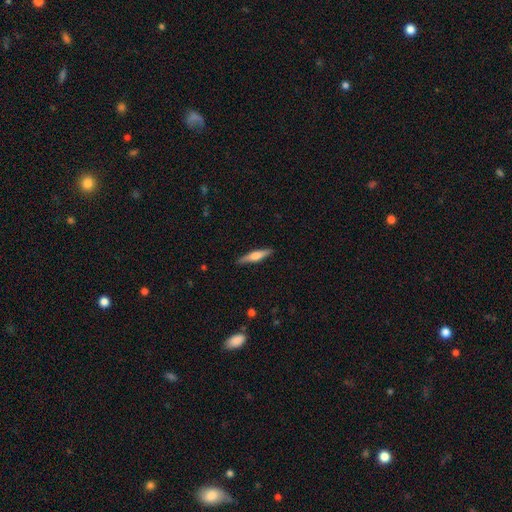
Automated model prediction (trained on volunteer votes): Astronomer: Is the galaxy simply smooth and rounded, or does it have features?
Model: featured or disk — 48% (runner-up: smooth, 46%).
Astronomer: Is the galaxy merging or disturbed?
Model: none — 89%.